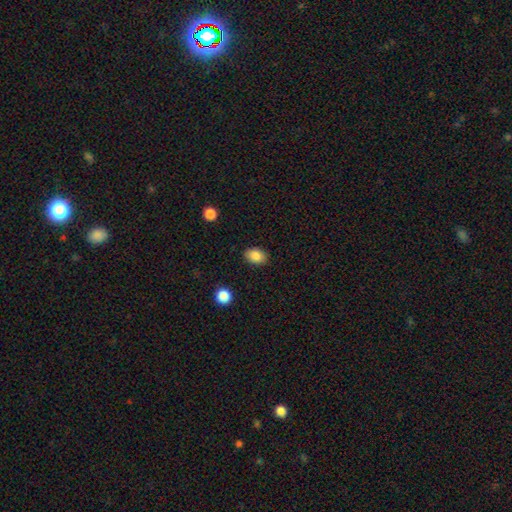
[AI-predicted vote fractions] Overall: smooth (86%). How rounded: in between (73%). Merging: none (87%).